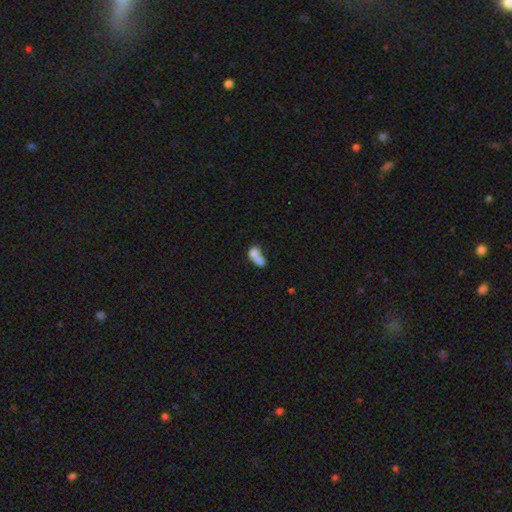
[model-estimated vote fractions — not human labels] Smooth or featured? smooth (70%)
How rounded? in between (68%)
Merging? merger (69%)